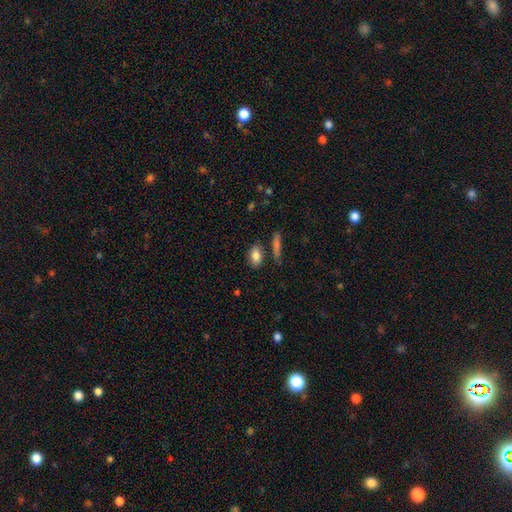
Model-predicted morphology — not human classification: The model was most divided on "merging": none: 78%, minor disturbance: 12%, merger: 7%, major disturbance: 3%. More confident: how rounded — in between (85%); smooth or featured — smooth (85%).